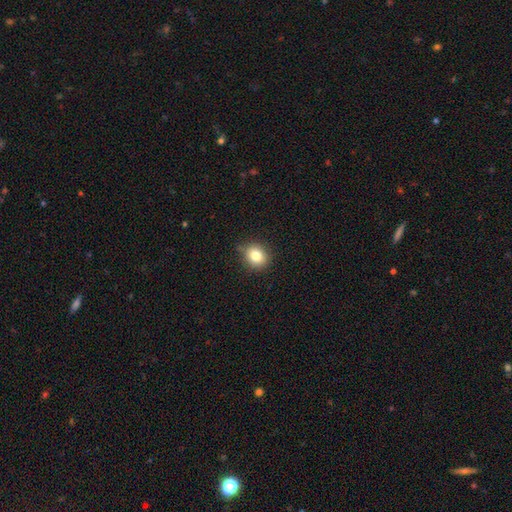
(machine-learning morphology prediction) Smooth or featured?
  - smooth: 81% *
  - star or artifact: 11%
  - featured or disk: 8%
How rounded?
  - round: 74% *
  - in between: 25%
  - cigar-shaped: 1%
Merging?
  - none: 81% *
  - minor disturbance: 15%
  - major disturbance: 3%
  - merger: 2%